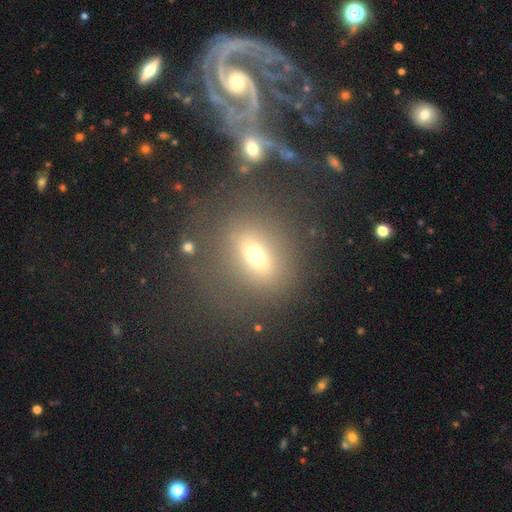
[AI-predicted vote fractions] This is likely a smooth galaxy (60%). How rounded: possibly in between (57%). Merging: likely none (69%).